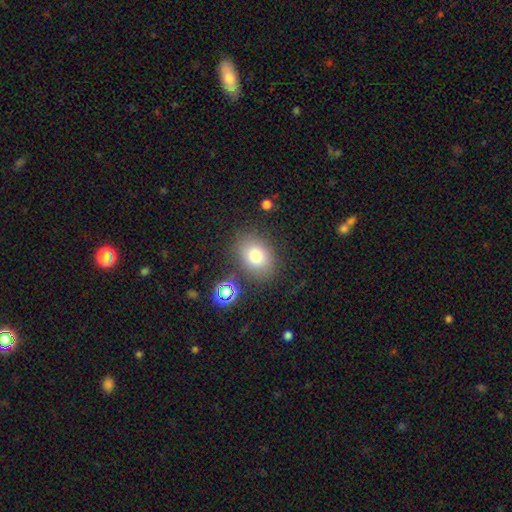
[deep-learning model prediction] Smooth or featured? Predicted: smooth (p=0.77). How rounded? Predicted: in between (p=0.59). Merging? Predicted: none (p=0.79).